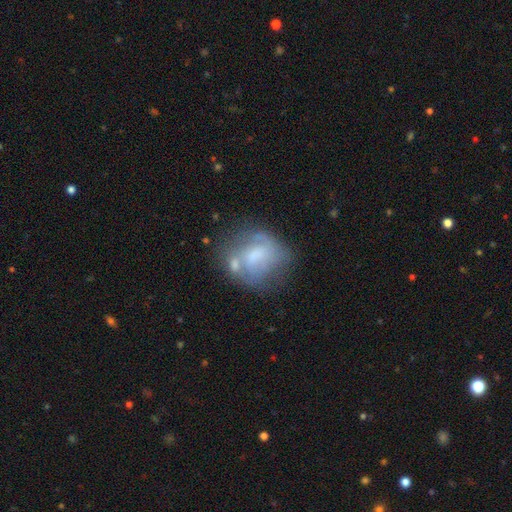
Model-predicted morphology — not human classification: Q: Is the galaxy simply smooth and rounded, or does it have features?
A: featured or disk — 47%.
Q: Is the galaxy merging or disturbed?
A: none — 38%.